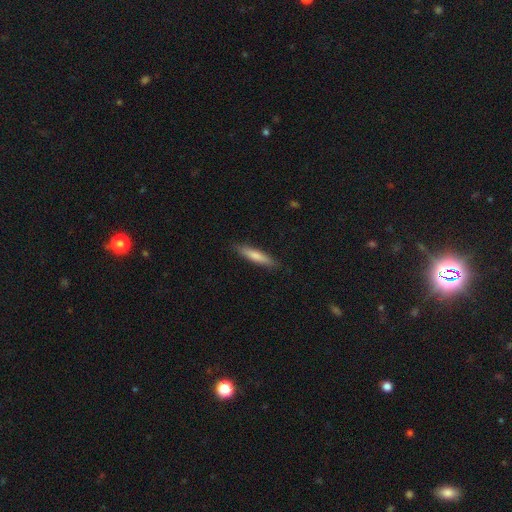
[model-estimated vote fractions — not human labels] Smooth or featured?
  - smooth: 76% *
  - featured or disk: 19%
  - star or artifact: 5%
How rounded?
  - cigar-shaped: 87% *
  - in between: 12%
  - round: 1%
Merging?
  - none: 88% *
  - minor disturbance: 9%
  - major disturbance: 2%
  - merger: 1%